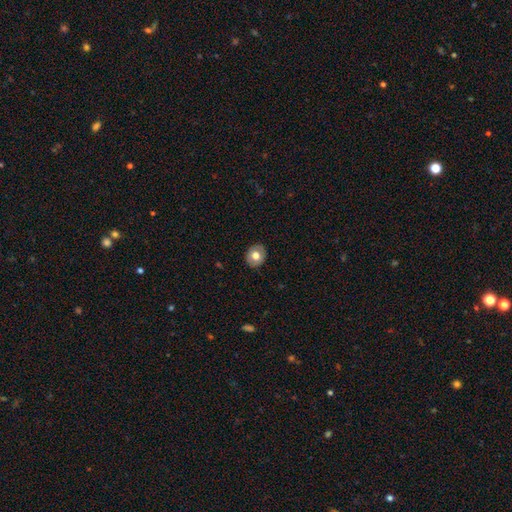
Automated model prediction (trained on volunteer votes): A smooth galaxy with no disk features (67%) that is round (66%). Merging: none (87%).